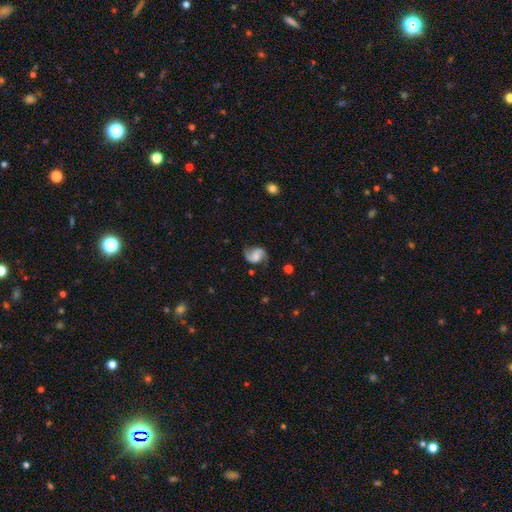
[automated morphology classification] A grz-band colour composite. It shows a featured or disk galaxy (79%) with no bar (52%), 2 (92%) medium (44%, tied with loose) spiral arms (96%) and no central bulge (35%). Merging: none (76%).